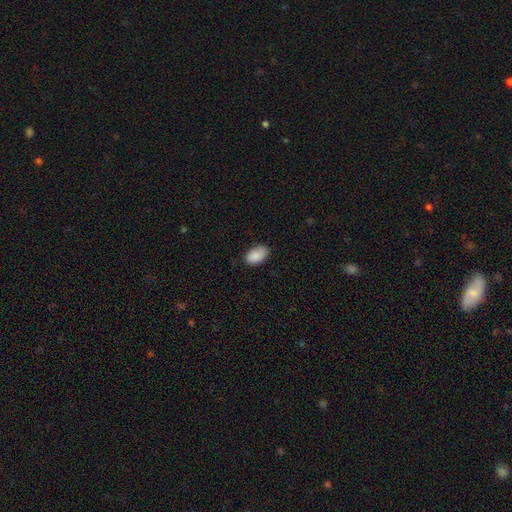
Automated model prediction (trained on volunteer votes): A smooth galaxy with no disk features (89%) that is in between round and cigar-shaped (93%). Merging: none (78%).